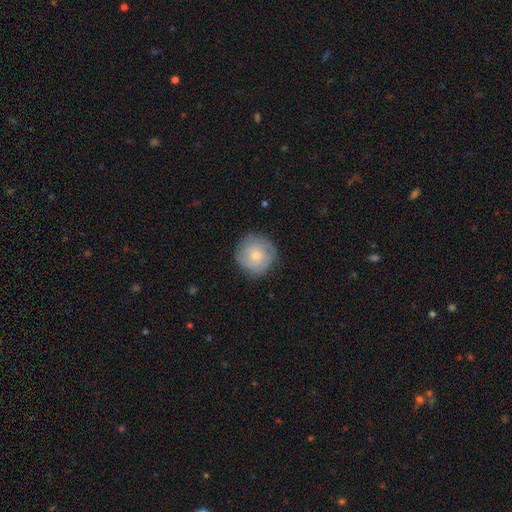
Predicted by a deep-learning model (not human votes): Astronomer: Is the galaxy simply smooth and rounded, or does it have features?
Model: smooth — 69%.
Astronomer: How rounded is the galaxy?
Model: round — 94%.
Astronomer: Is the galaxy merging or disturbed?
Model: none — 81%.